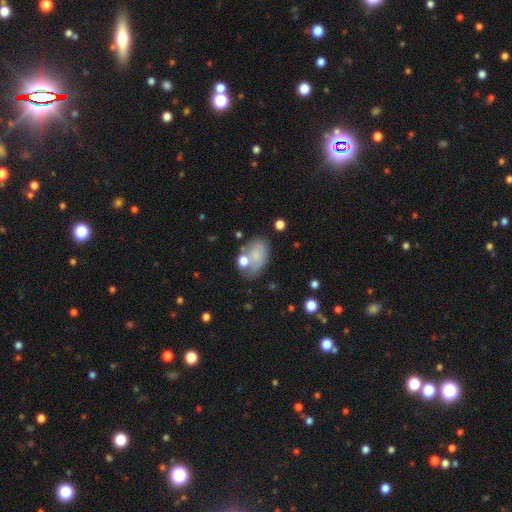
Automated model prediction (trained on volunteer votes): Smooth or featured? Predicted: smooth (p=0.63). How rounded? Predicted: in between (p=0.83). Merging? Predicted: none (p=0.45).